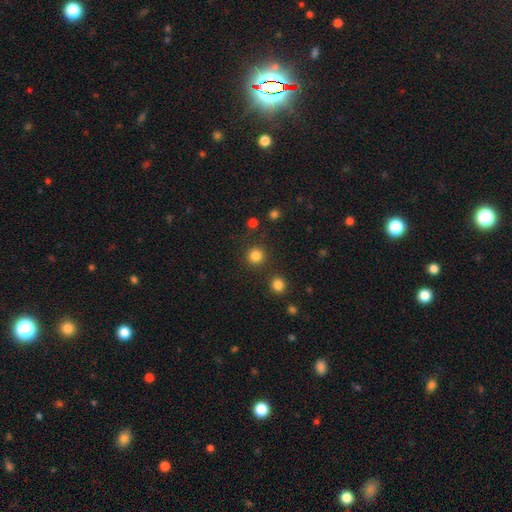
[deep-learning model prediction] Smooth or featured?
  - smooth: 83% *
  - star or artifact: 13%
  - featured or disk: 4%
How rounded?
  - round: 94% *
  - in between: 5%
  - cigar-shaped: 1%
Merging?
  - none: 89% *
  - minor disturbance: 5%
  - merger: 3%
  - major disturbance: 2%